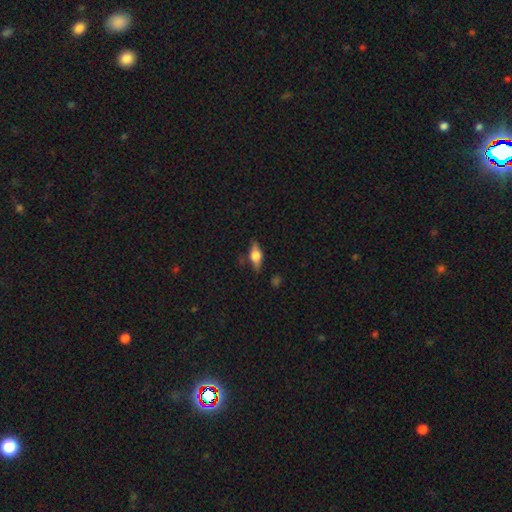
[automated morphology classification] featured or disk 47%, smooth 44%, star or artifact 9%. Down the decision tree: merging — none (76%).